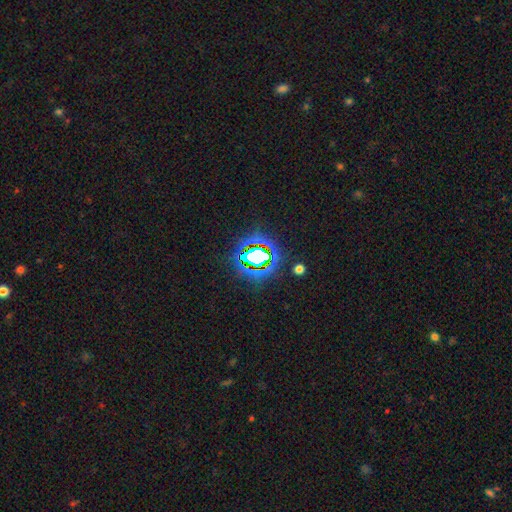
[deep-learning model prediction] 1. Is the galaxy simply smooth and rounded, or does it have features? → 68% star or artifact, 19% smooth, 13% featured or disk.